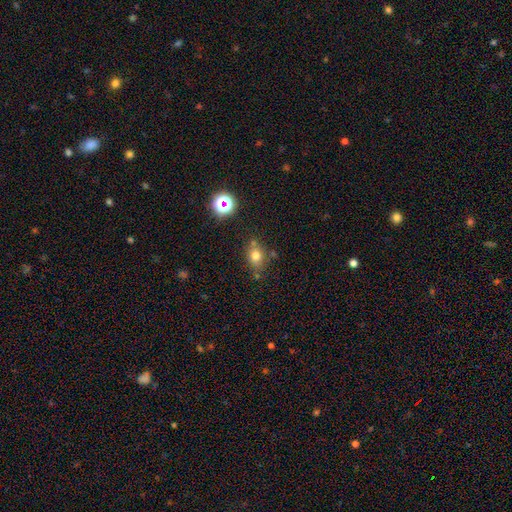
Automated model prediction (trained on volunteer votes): Morphology: type=smooth (72%); roundness=round (52%); merging=none (68%).